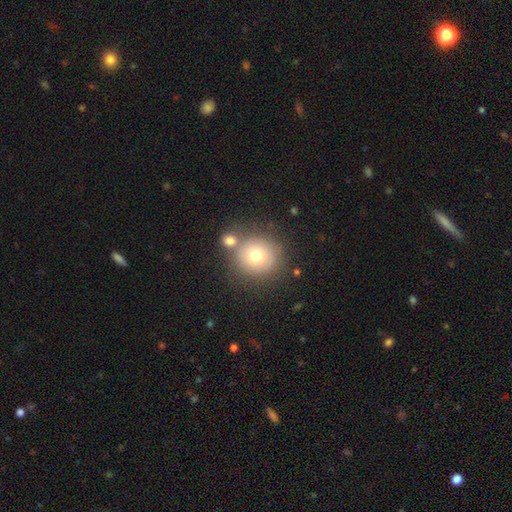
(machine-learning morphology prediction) A smooth galaxy with no disk features (73%) that is round (91%).

Vote fractions:
- Smooth or featured? smooth: 73% / featured or disk: 16% / star or artifact: 11%
- How rounded? round: 91% / in between: 8% / cigar-shaped: 1%
- Merging? none: 67% / merger: 18% / minor disturbance: 11% / major disturbance: 4%